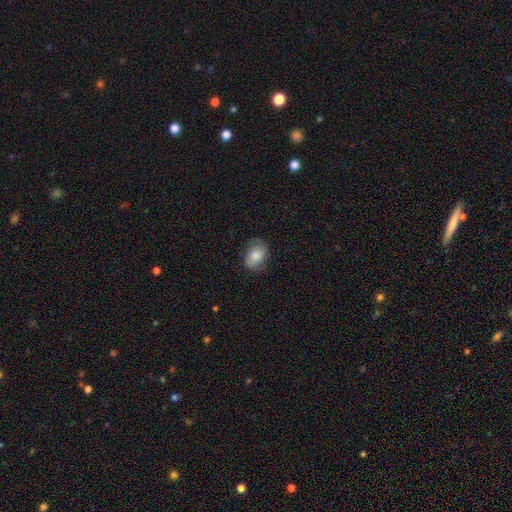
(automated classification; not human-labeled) Q: Smooth or featured?
A: smooth (68%); runner-up: featured or disk (24%)
Q: How rounded?
A: in between (76%); runner-up: round (23%)
Q: Merging?
A: none (70%); runner-up: minor disturbance (22%)